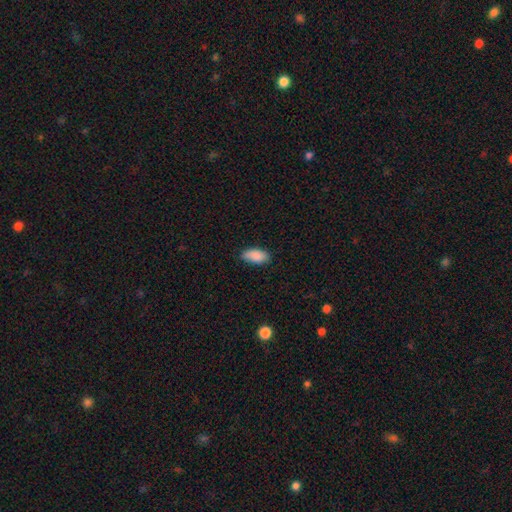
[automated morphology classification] smooth 88%, star or artifact 7%, featured or disk 5%. Down the decision tree: how rounded — in between (91%); merging — none (74%).